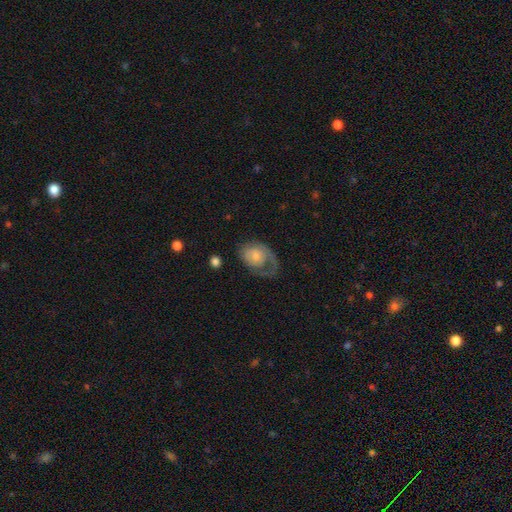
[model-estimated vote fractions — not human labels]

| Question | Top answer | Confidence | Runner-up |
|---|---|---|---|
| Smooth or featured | featured or disk | 55% | smooth (39%) |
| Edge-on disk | no | 96% | yes (4%) |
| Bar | no | 79% | weak (19%) |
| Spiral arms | yes | 72% | no (28%) |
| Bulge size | moderate | 45% | small (43%) |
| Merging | major disturbance | 39% | none (36%) |